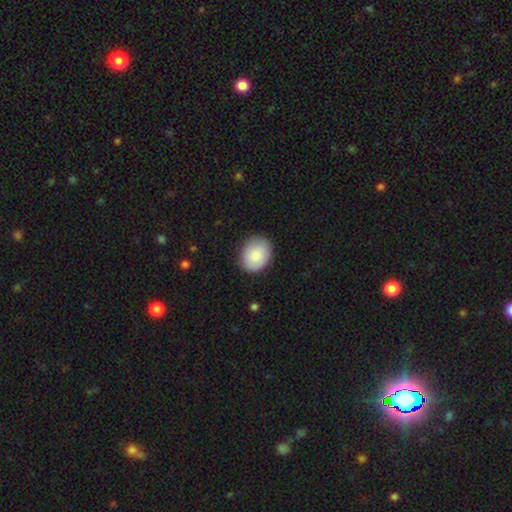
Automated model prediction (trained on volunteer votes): Smooth or featured? smooth (86%)
How rounded? round (50%)
Merging? none (86%)